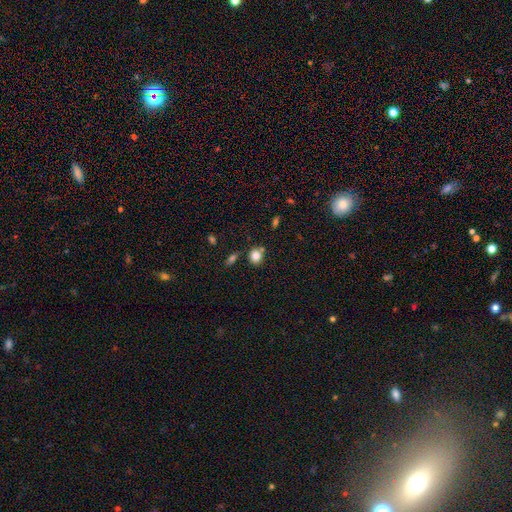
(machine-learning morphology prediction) Smooth or featured? smooth (82%)
How rounded? round (72%)
Merging? none (71%)